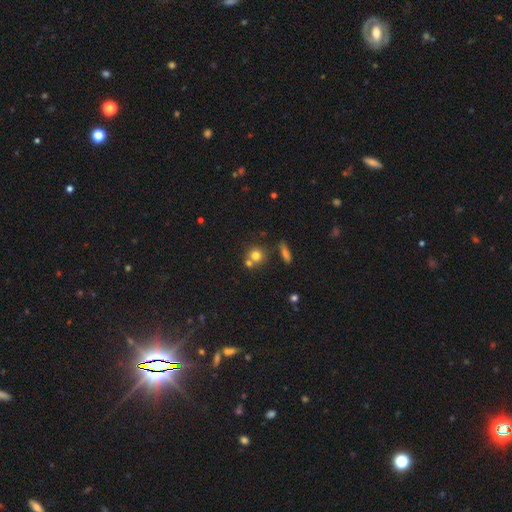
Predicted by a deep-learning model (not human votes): smooth_or_featured: smooth (p=0.73) [alt: star or artifact p=0.14]
how_rounded: round (p=0.86) [alt: in between p=0.12]
merging: none (p=0.53) [alt: merger p=0.35]